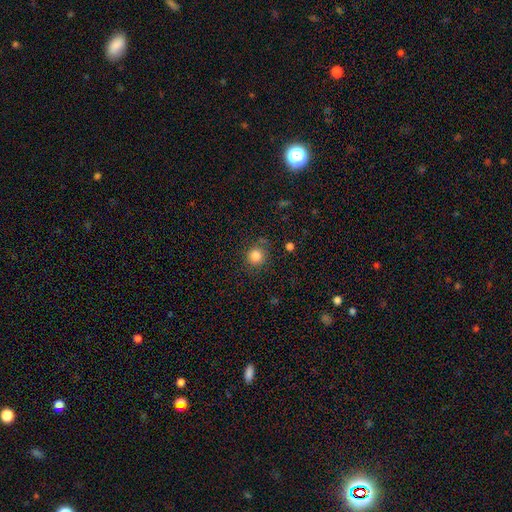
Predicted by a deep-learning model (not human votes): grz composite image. It shows a smooth galaxy with no disk features (84%) that is round (92%). Merging: none (81%).